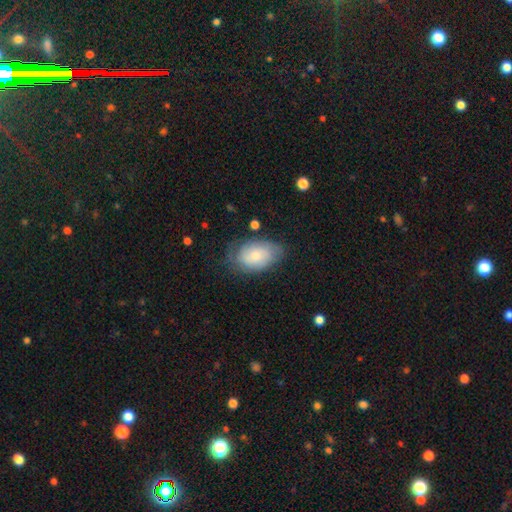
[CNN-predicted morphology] A smooth galaxy with no disk features (58%) that is in between round and cigar-shaped (89%).

Vote fractions:
- Smooth or featured? smooth: 58% / featured or disk: 35% / star or artifact: 7%
- How rounded? in between: 89% / round: 10% / cigar-shaped: 1%
- Merging? none: 66% / minor disturbance: 25% / major disturbance: 7% / merger: 2%